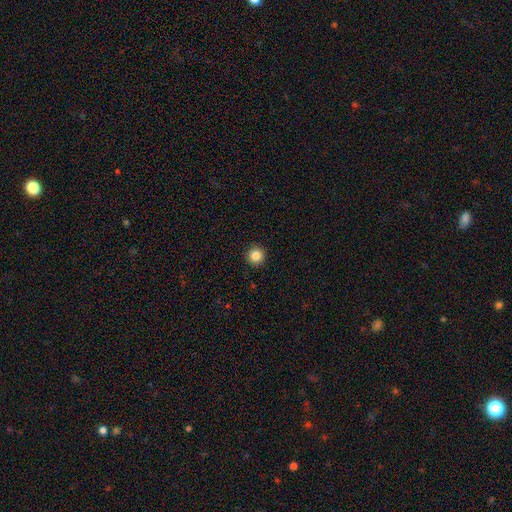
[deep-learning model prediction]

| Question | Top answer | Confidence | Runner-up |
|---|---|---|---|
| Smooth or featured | smooth | 85% | star or artifact (10%) |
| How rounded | round | 96% | in between (3%) |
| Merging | none | 93% | minor disturbance (4%) |